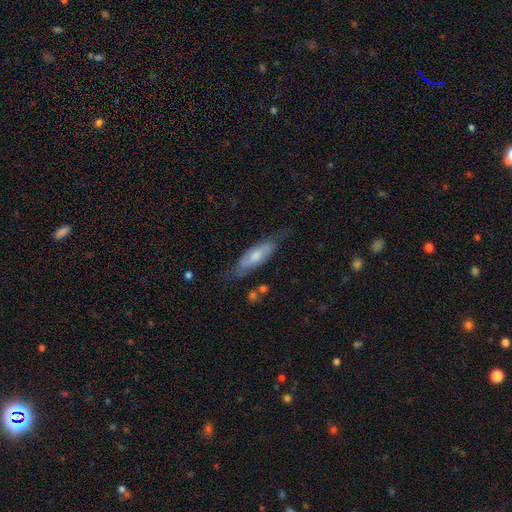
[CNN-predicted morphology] Smooth or featured? Predicted: smooth (p=0.54). How rounded? Predicted: cigar-shaped (p=0.49, tied with in between). Merging? Predicted: none (p=0.66).